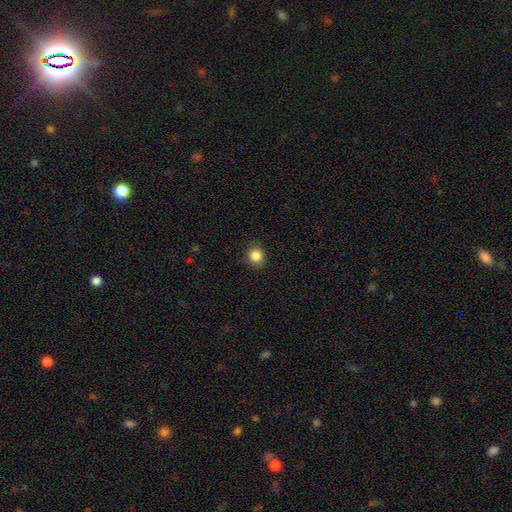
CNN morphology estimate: This appears to be a smooth galaxy with no disk features (86%) that is round (77%). Merging: none (88%).